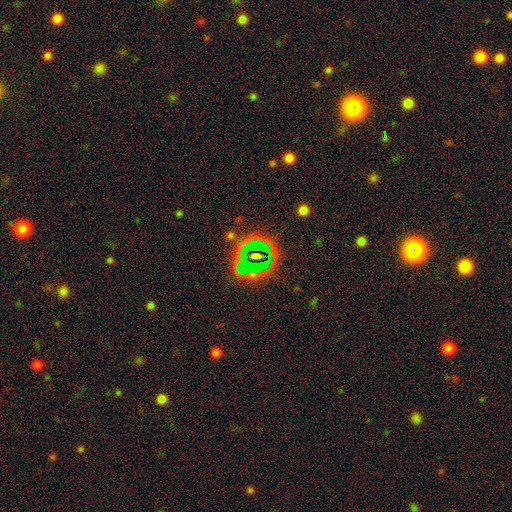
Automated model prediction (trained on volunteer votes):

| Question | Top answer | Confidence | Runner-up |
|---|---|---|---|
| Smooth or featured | star or artifact | 68% | smooth (17%) |